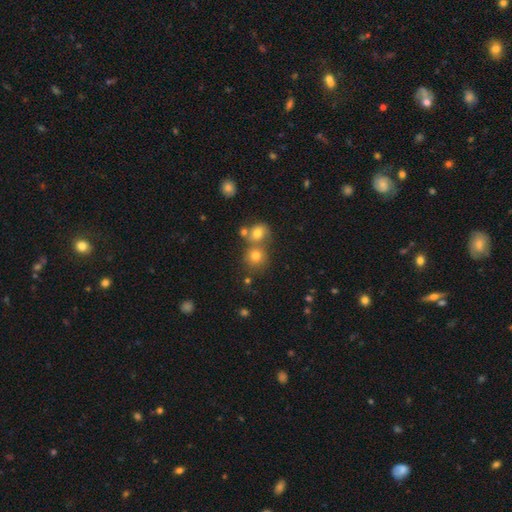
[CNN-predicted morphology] Overall: smooth (75%). How rounded: round (86%). Merging: none (54%; merger 35%).